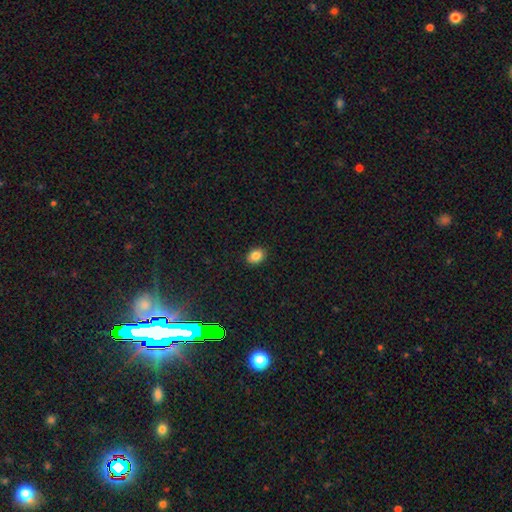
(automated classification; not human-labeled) A smooth galaxy with no disk features (86%) that is in between round and cigar-shaped (66%).

Vote fractions:
- Smooth or featured? smooth: 86% / star or artifact: 10% / featured or disk: 5%
- How rounded? in between: 66% / round: 33% / cigar-shaped: 1%
- Merging? none: 89% / minor disturbance: 8% / major disturbance: 2% / merger: 1%